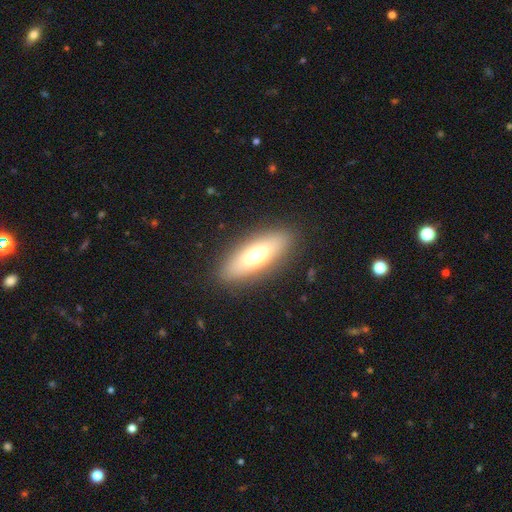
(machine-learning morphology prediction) Smooth or featured? smooth (64%)
How rounded? in between (59%)
Merging? none (87%)